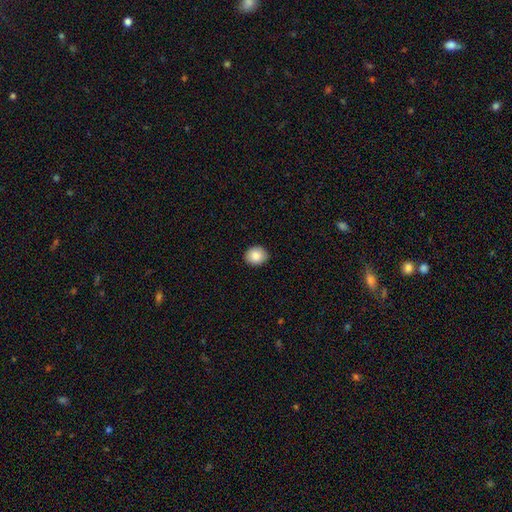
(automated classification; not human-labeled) Morphology: type=smooth (87%); roundness=round (74%); merging=none (90%).